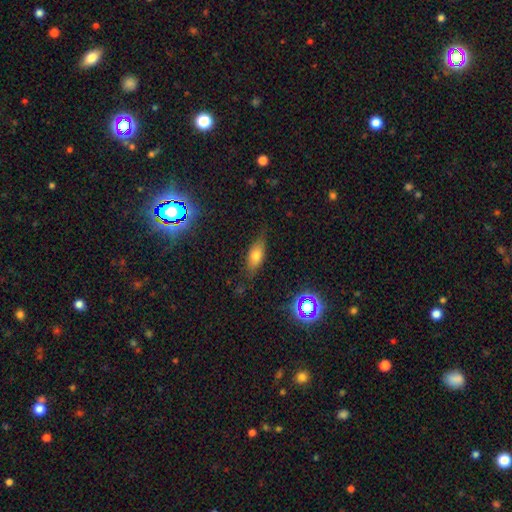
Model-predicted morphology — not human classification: This appears to be a smooth galaxy with no disk features (64%) that is in between round and cigar-shaped (76%). Merging: none (75%).